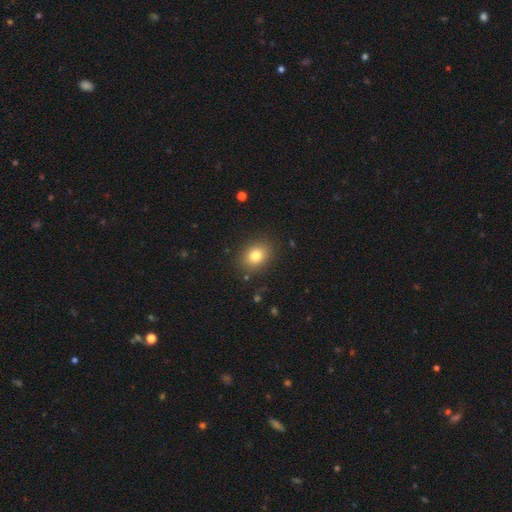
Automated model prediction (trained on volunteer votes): Smooth or featured? Predicted: smooth (p=0.80). How rounded? Predicted: in between (p=0.50). Merging? Predicted: none (p=0.87).